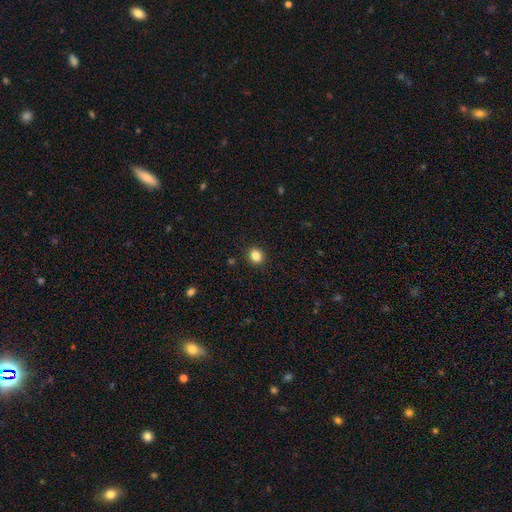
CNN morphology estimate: Smooth or featured? Predicted: smooth (p=0.84). How rounded? Predicted: round (p=0.73). Merging? Predicted: none (p=0.91).